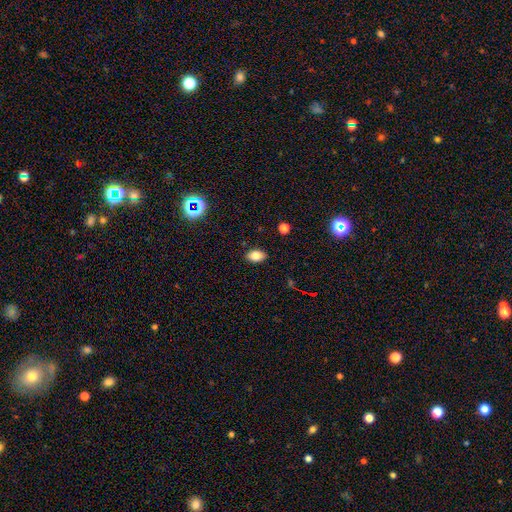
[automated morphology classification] smooth_or_featured: smooth (p=0.82) [alt: star or artifact p=0.11]
how_rounded: in between (p=0.85) [alt: round p=0.14]
merging: none (p=0.88) [alt: minor disturbance p=0.09]